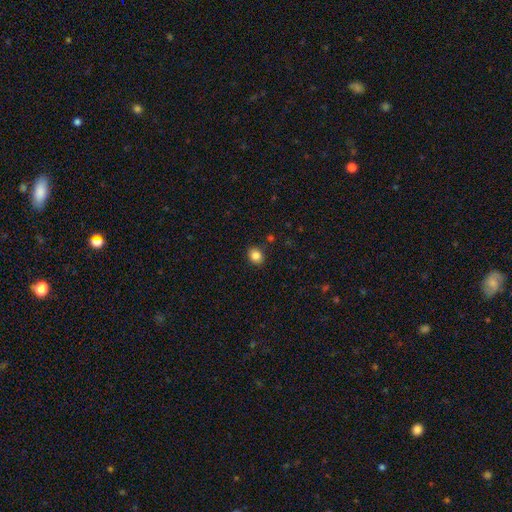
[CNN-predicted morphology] The model was most divided on "how rounded": round: 67%, in between: 32%, cigar-shaped: 1%. More confident: merging — none (88%); smooth or featured — smooth (84%).